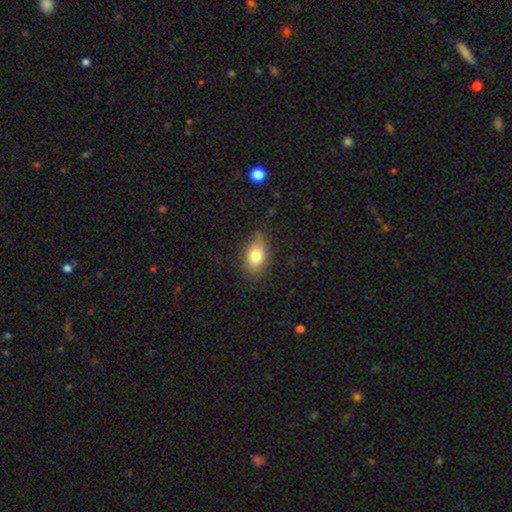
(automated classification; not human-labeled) This is likely a smooth galaxy (78%). How rounded: clearly in between (85%). Merging: likely none (72%).